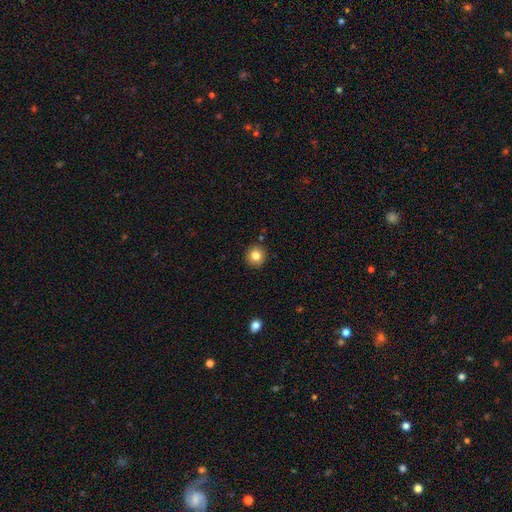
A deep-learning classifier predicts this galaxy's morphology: Overall: smooth (82%). How rounded: round (93%). Merging: none (91%).